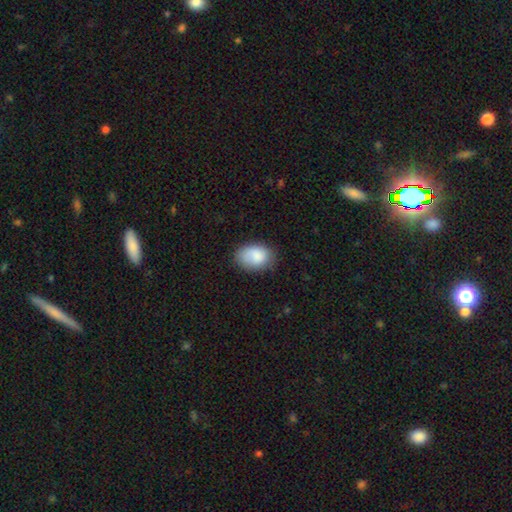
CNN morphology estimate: This appears to be a smooth galaxy with no disk features (85%) that is in between round and cigar-shaped (81%). Merging: none (73%).